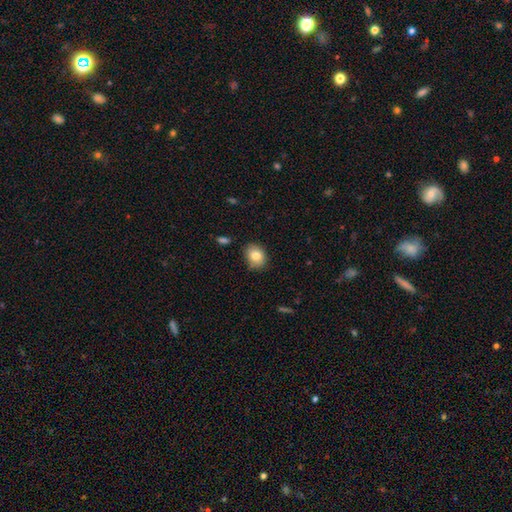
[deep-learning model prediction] Q: Smooth or featured?
A: smooth (81%); runner-up: featured or disk (10%)
Q: How rounded?
A: in between (51%); runner-up: round (48%)
Q: Merging?
A: none (81%); runner-up: minor disturbance (15%)